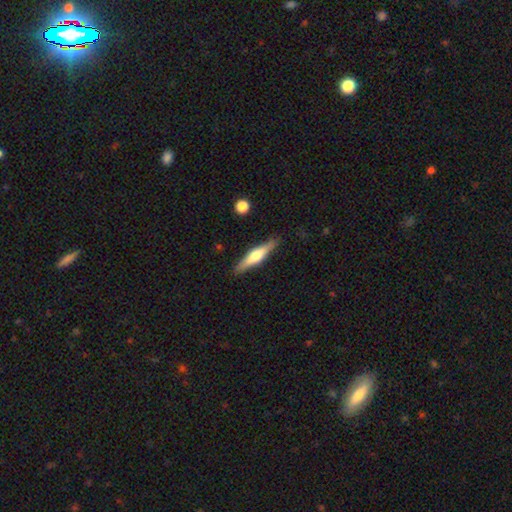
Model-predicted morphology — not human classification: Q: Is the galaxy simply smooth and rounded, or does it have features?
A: featured or disk — 57%.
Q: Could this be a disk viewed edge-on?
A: yes — 96%.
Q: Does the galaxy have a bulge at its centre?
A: rounded — 87%.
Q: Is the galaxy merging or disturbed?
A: none — 88%.